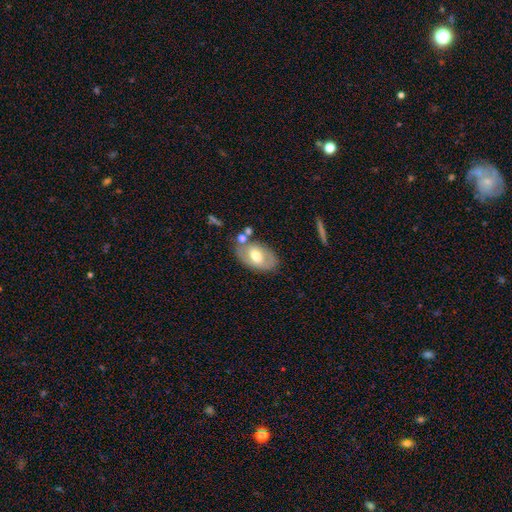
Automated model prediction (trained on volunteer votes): Smooth or featured: smooth — 54% (featured or disk — 39%)
How rounded: in between — 90% (round — 9%)
Merging: none — 67% (minor disturbance — 17%)